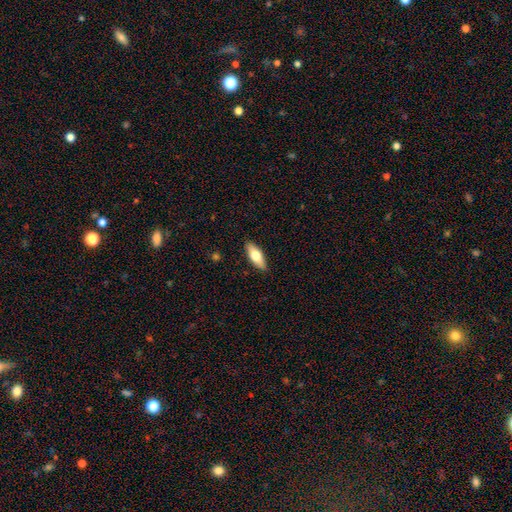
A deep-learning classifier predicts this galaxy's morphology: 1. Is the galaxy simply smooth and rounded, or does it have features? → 67% smooth, 27% featured or disk, 6% star or artifact.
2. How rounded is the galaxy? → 70% in between, 28% cigar-shaped, 2% round.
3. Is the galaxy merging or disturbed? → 89% none, 8% minor disturbance, 2% major disturbance, 1% merger.